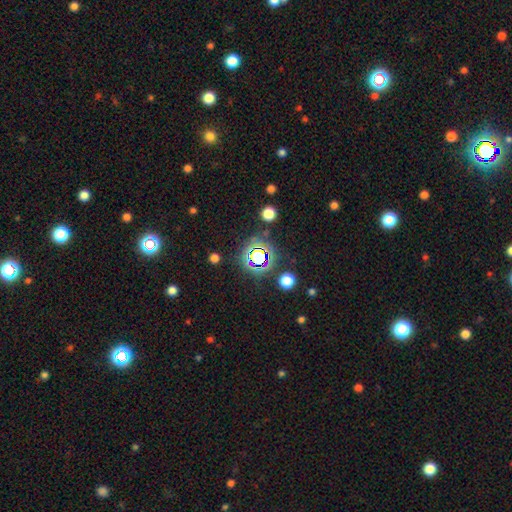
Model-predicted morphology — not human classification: Smooth or featured?
  - star or artifact: 75% *
  - smooth: 16%
  - featured or disk: 8%